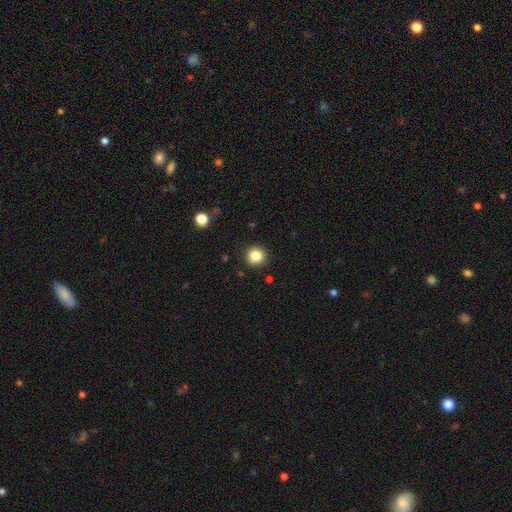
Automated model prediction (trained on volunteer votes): Smooth or featured? Predicted: smooth (p=0.84). How rounded? Predicted: round (p=0.94). Merging? Predicted: none (p=0.91).